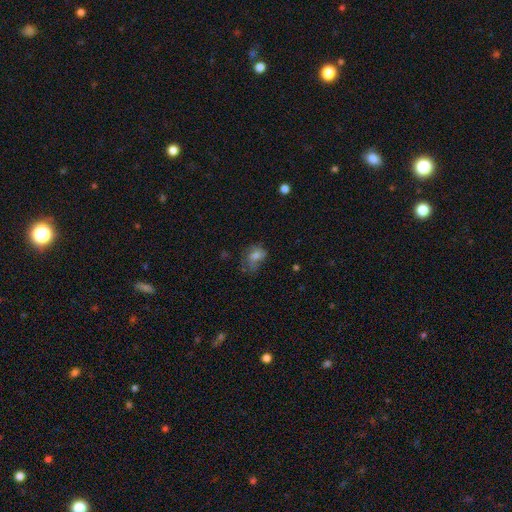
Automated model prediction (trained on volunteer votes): Overall: smooth (63%; featured or disk 25%). How rounded: in between (61%; round 37%). Merging: none (39%; minor disturbance 31%).